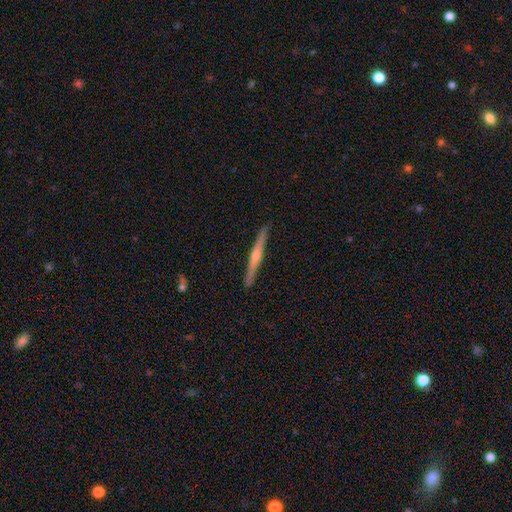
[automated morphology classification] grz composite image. It shows a featured or disk galaxy (72%) viewed edge-on (98%) with a rounded central bulge (75%). Merging: none (90%).